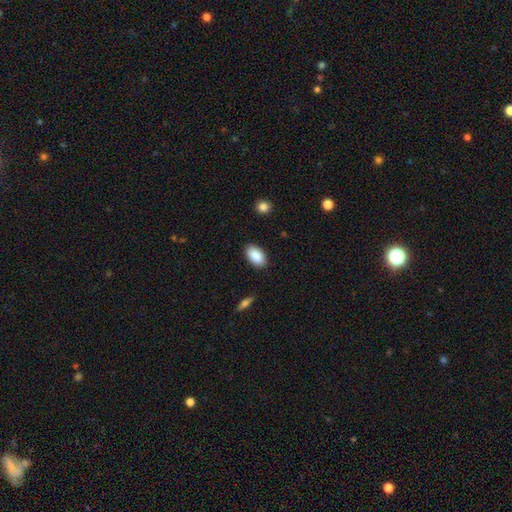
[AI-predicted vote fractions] Smooth or featured?
  - smooth: 88% *
  - star or artifact: 6%
  - featured or disk: 5%
How rounded?
  - in between: 94% *
  - round: 4%
  - cigar-shaped: 2%
Merging?
  - none: 88% *
  - minor disturbance: 9%
  - major disturbance: 2%
  - merger: 1%